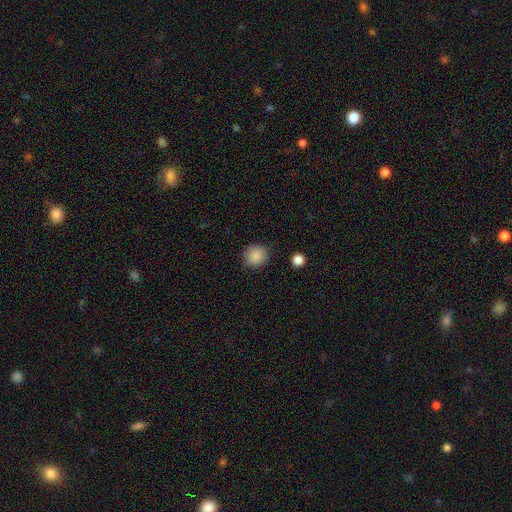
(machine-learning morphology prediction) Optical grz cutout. It shows a smooth galaxy with no disk features (88%) that is round (91%). Merging: none (88%).